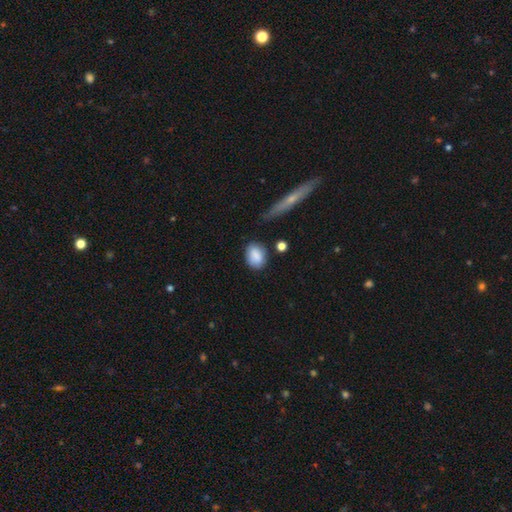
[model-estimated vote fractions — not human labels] smooth-or-featured: smooth: 86% | featured or disk: 7% | star or artifact: 7%
  how-rounded: in between: 66% | round: 32% | cigar-shaped: 2%
  merging: none: 73% | minor disturbance: 18% | merger: 5% | major disturbance: 4%